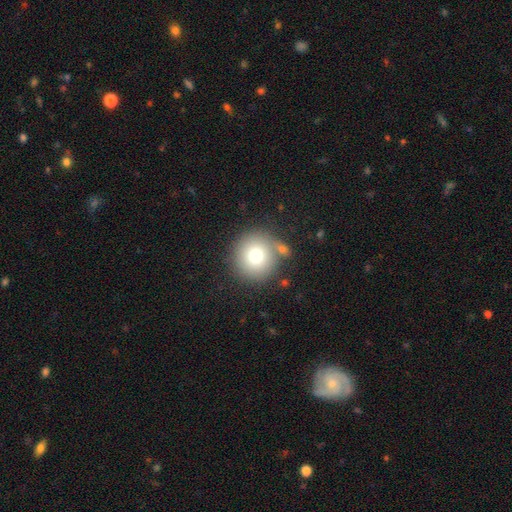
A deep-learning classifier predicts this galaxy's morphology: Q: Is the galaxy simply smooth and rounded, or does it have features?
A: smooth — 75%.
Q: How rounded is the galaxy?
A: round — 95%.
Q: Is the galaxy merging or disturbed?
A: none — 75%.